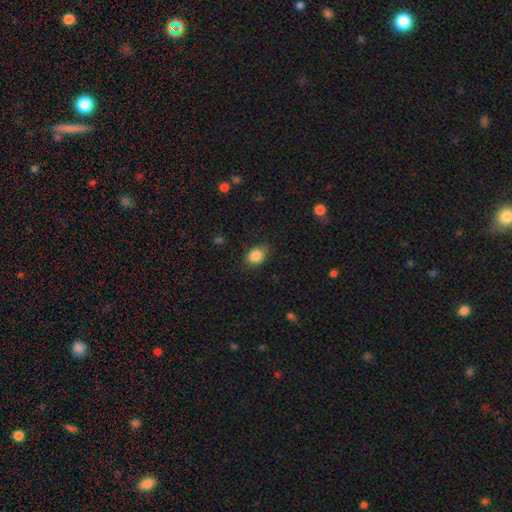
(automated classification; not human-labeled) Overall: smooth (86%). How rounded: in between (59%; round 39%). Merging: none (75%).